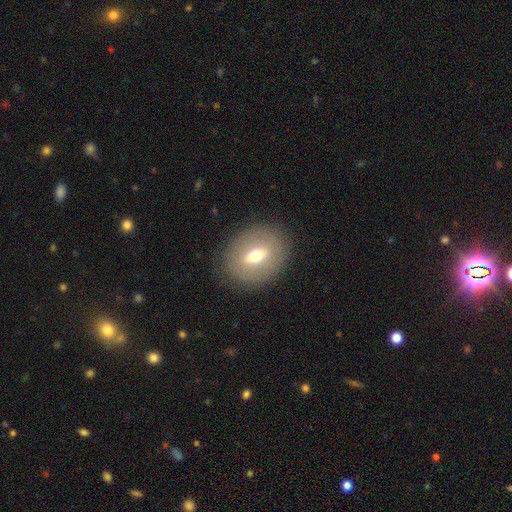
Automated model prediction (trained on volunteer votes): smooth-or-featured: smooth: 58% | featured or disk: 33% | star or artifact: 10%
  how-rounded: in between: 55% | round: 43% | cigar-shaped: 1%
  merging: none: 87% | minor disturbance: 9% | major disturbance: 3% | merger: 1%